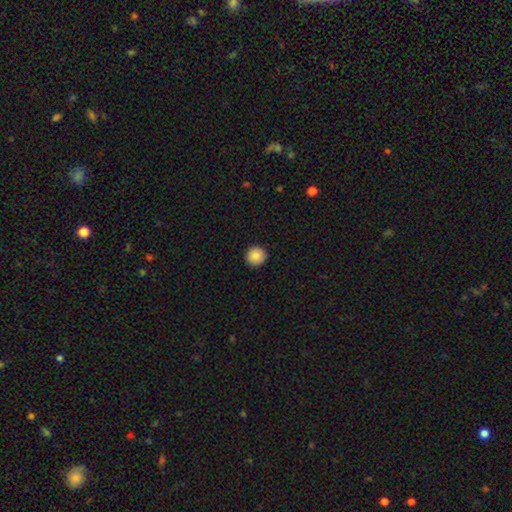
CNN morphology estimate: smooth_or_featured: smooth (p=0.89) [alt: star or artifact p=0.08]
how_rounded: round (p=0.95) [alt: in between p=0.04]
merging: none (p=0.93) [alt: minor disturbance p=0.05]